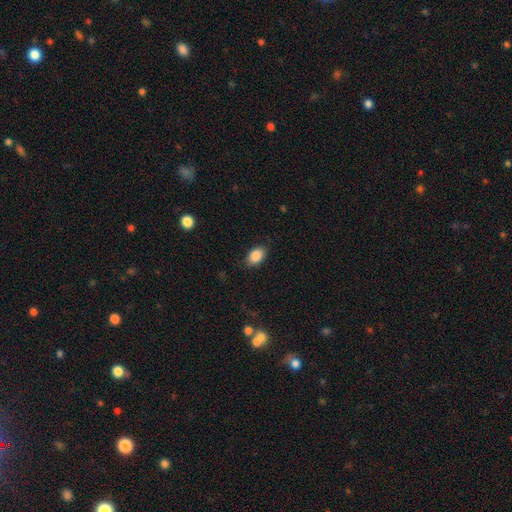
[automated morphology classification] smooth_or_featured: smooth (p=0.87) [alt: star or artifact p=0.08]
how_rounded: in between (p=0.86) [alt: round p=0.13]
merging: none (p=0.85) [alt: minor disturbance p=0.11]